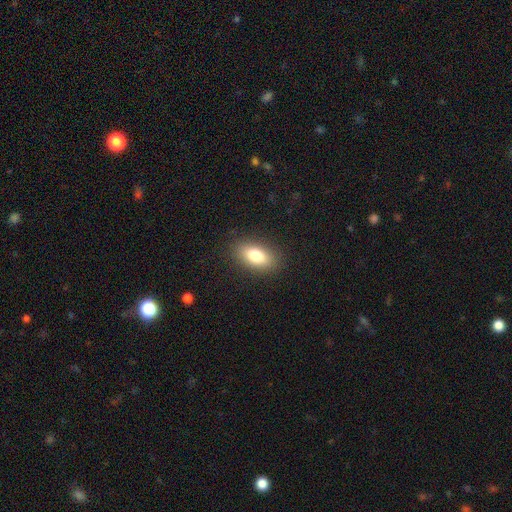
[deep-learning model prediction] Overall: smooth (81%). How rounded: in between (89%). Merging: none (87%).